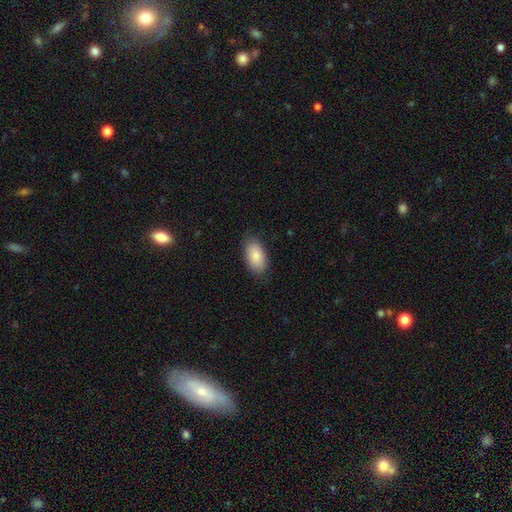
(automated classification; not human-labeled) A smooth galaxy with no disk features (86%) that is in between round and cigar-shaped (94%).

Vote fractions:
- Smooth or featured? smooth: 86% / featured or disk: 8% / star or artifact: 6%
- How rounded? in between: 94% / round: 4% / cigar-shaped: 2%
- Merging? none: 85% / minor disturbance: 12% / major disturbance: 3% / merger: 1%